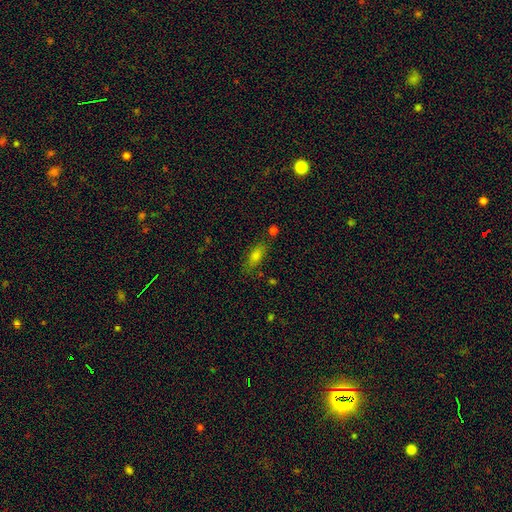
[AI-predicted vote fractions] This appears to be a smooth galaxy with no disk features (69%) that is in between round and cigar-shaped (69%). Merging: none (75%).